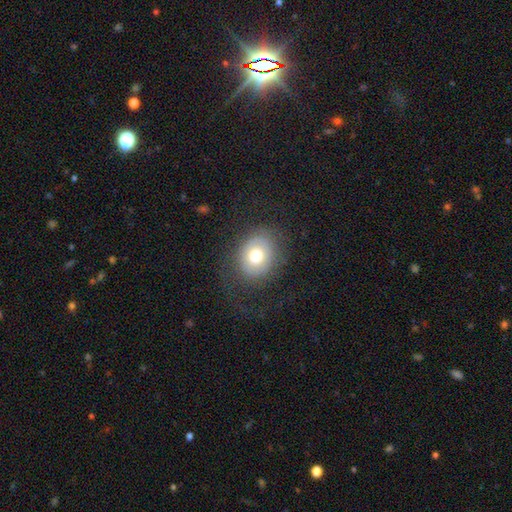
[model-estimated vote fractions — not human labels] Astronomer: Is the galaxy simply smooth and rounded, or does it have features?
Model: smooth — 68%.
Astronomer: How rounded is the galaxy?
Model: round — 58% (runner-up: in between, 41%).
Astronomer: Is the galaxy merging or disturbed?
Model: none — 75%.